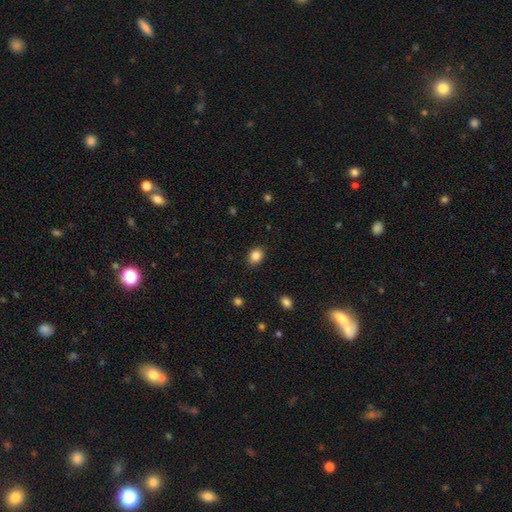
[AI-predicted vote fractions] A smooth galaxy with no disk features (86%) that is in between round and cigar-shaped (54%). Merging: none (87%).